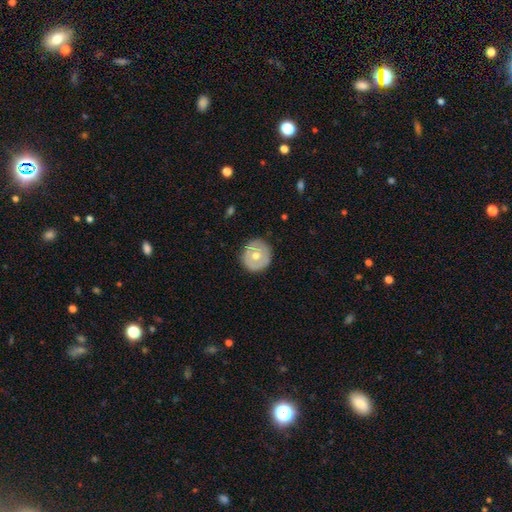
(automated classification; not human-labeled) Overall: smooth (56%; featured or disk 38%). How rounded: round (93%). Merging: none (87%).